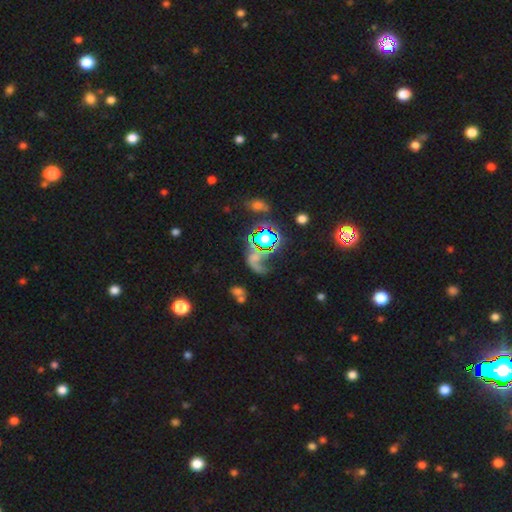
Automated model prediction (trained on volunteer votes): The model was most divided on "smooth or featured": star or artifact: 50%, smooth: 25%, featured or disk: 25%.